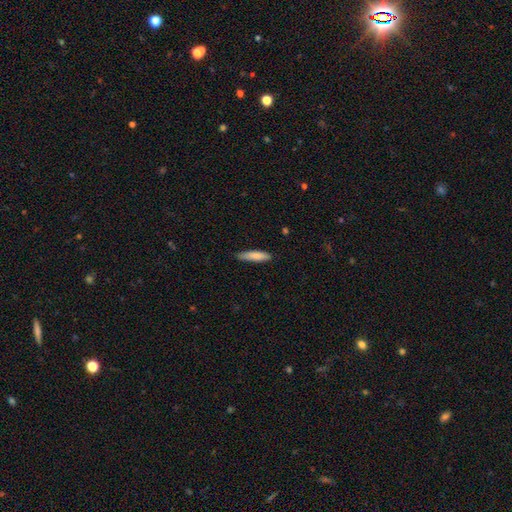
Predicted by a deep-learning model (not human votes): smooth_or_featured: smooth (p=0.84) [alt: featured or disk p=0.10]
how_rounded: cigar-shaped (p=0.80) [alt: in between p=0.19]
merging: none (p=0.81) [alt: minor disturbance p=0.16]